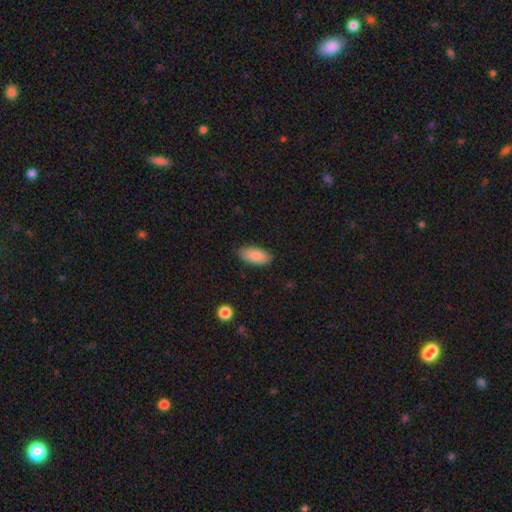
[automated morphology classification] Smooth or featured? smooth (88%)
How rounded? in between (90%)
Merging? none (85%)